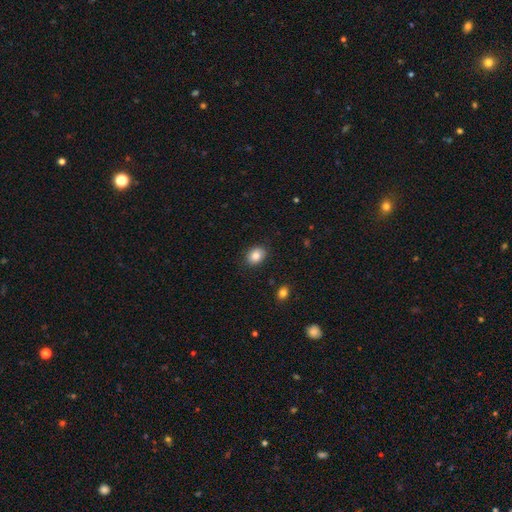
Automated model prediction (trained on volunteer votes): This appears to be a smooth galaxy with no disk features (84%) that is in between round and cigar-shaped (66%). Merging: none (87%).